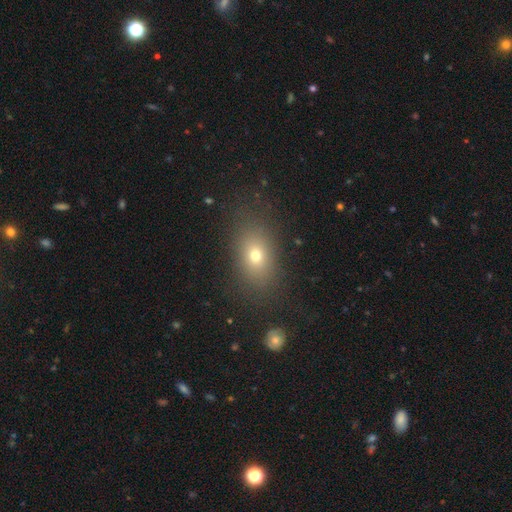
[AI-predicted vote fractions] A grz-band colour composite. It shows a smooth galaxy with no disk features (70%) that is in between round and cigar-shaped (73%). Merging: none (80%).